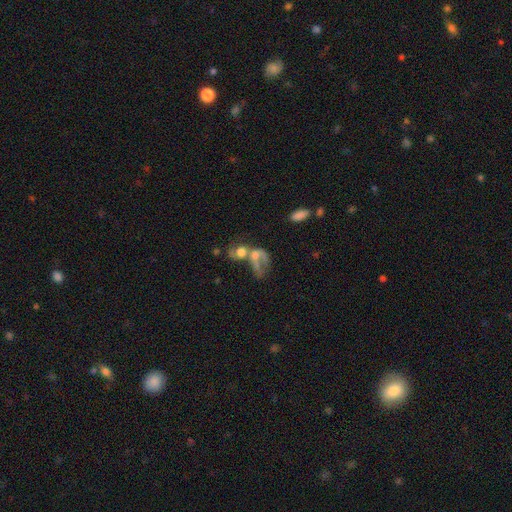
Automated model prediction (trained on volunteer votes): Morphology: type=featured or disk (47%); merging=merger (67%).